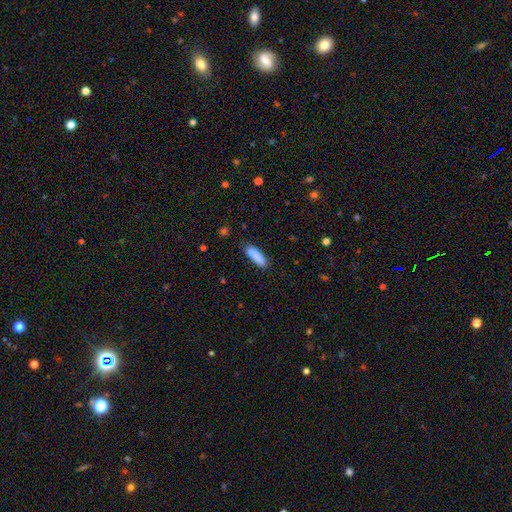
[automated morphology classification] This appears to be a smooth galaxy with no disk features (87%) that is cigar-shaped (60%). Merging: none (79%).